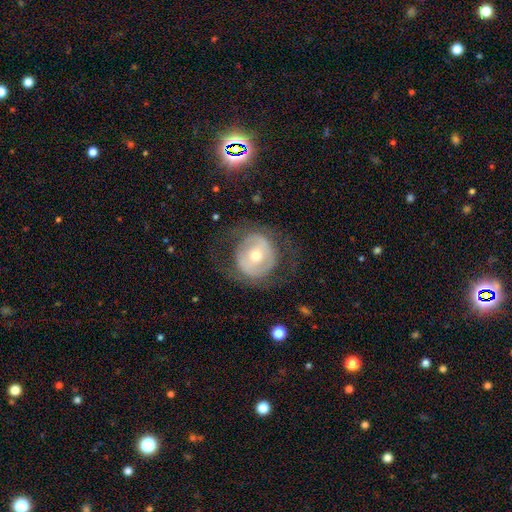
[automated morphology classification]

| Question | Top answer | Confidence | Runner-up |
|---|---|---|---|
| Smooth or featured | featured or disk | 61% | smooth (32%) |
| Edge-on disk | no | 95% | yes (5%) |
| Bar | no | 47% | weak (31%) |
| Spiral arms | no | 62% | yes (38%) |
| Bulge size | moderate | 53% | small (41%) |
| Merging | none | 67% | major disturbance (17%) |